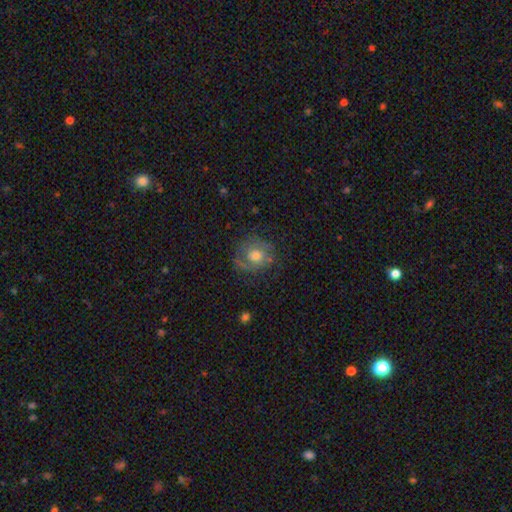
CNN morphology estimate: featured or disk 67%, smooth 24%, star or artifact 9%. Down the decision tree: edge-on disk — no (98%); bar — no (73%); spiral arms — yes (89%); spiral arm count — 2 (54%); spiral winding — medium (42%); bulge size — moderate (65%); merging — none (71%).